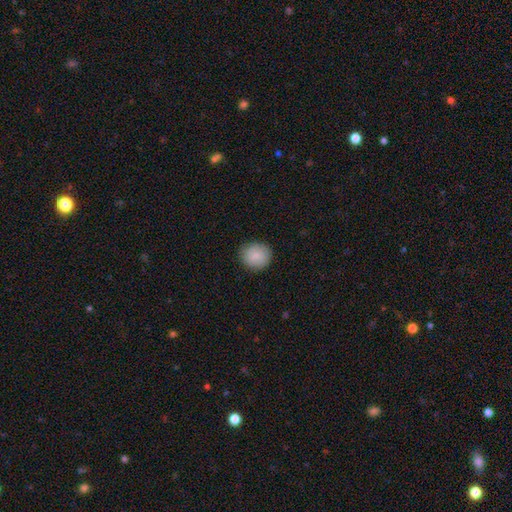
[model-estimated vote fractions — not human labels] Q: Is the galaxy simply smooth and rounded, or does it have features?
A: smooth — 87%.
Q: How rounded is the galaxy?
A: round — 85%.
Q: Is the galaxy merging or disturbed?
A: none — 88%.